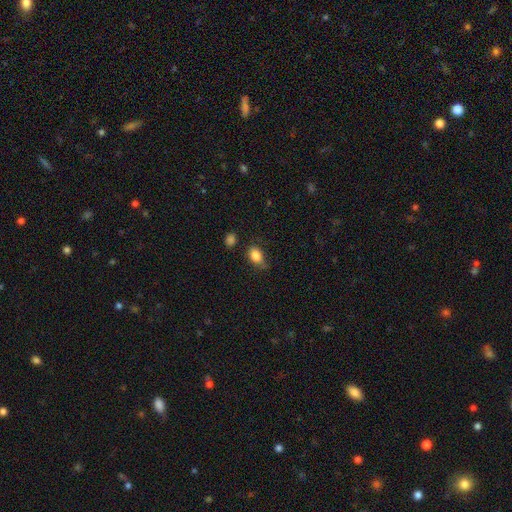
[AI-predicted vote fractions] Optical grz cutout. It shows a smooth galaxy with no disk features (85%) that is in between round and cigar-shaped (79%). Merging: none (66%).